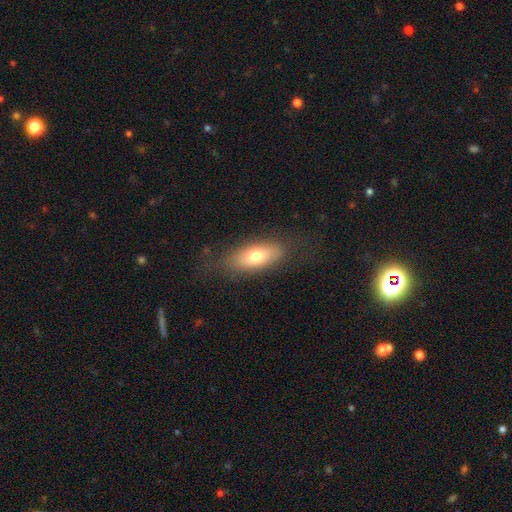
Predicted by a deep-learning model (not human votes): Smooth or featured: smooth — 72% (featured or disk — 20%)
How rounded: in between — 82% (cigar-shaped — 14%)
Merging: none — 78% (minor disturbance — 15%)